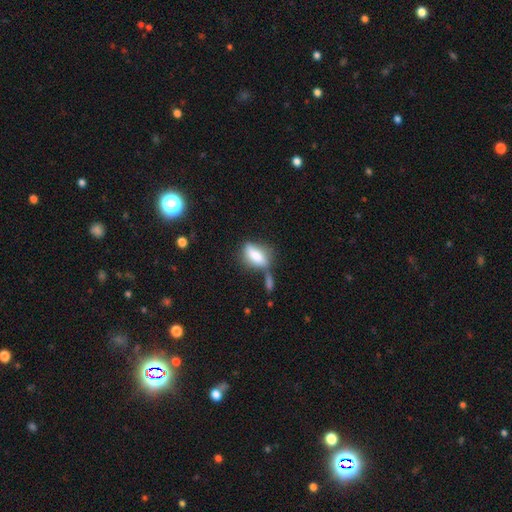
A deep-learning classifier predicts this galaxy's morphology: The model was most divided on "merging": none: 43%, merger: 22%, minor disturbance: 22%, major disturbance: 13%. More confident: how rounded — in between (76%); smooth or featured — smooth (69%).